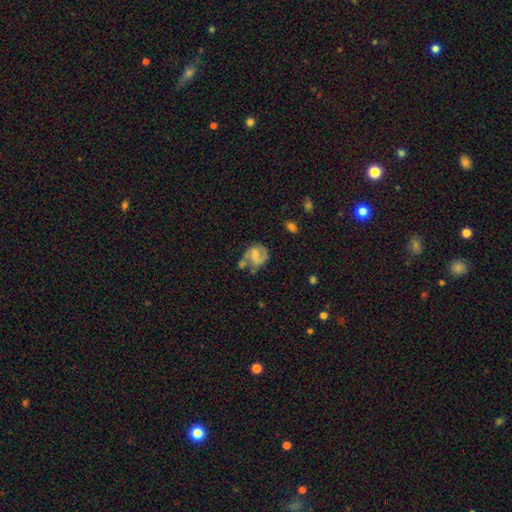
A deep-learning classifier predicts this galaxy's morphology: featured or disk 62%, smooth 29%, star or artifact 8%. Down the decision tree: edge-on disk — no (97%); bar — weak (48%); spiral arms — yes (83%); spiral arm count — 2 (78%); spiral winding — medium (49%); bulge size — none (37%); merging — none (45%).